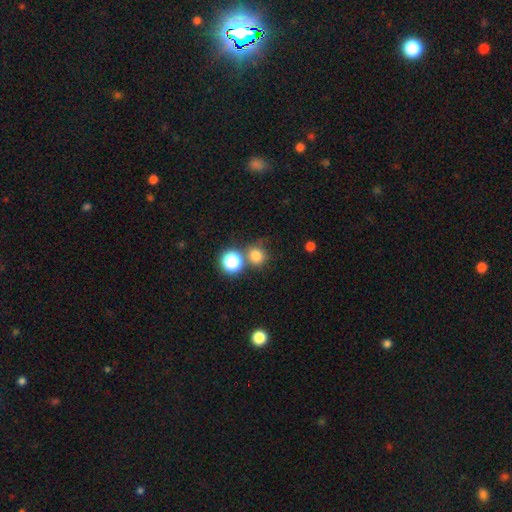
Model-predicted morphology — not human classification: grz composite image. It shows a smooth galaxy with no disk features (76%) that is round (89%). Merging: none (69%).